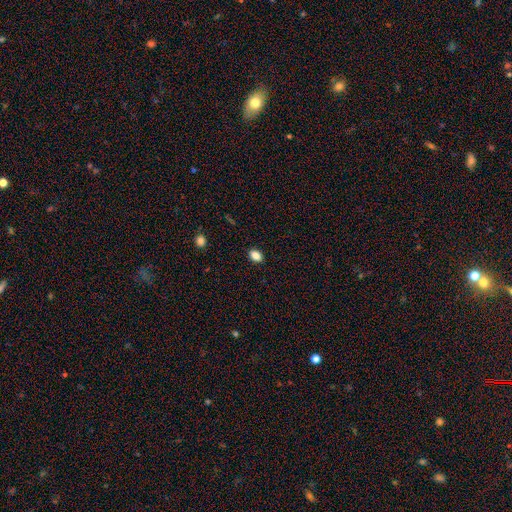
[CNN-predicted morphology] type=smooth (86%); roundness=in between (78%); merging=none (89%).